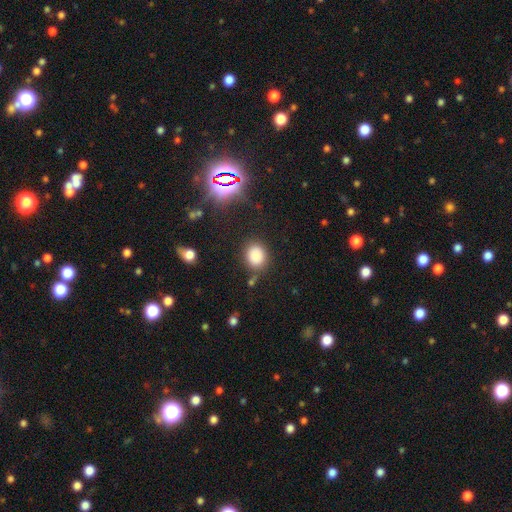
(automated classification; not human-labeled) Smooth or featured? Predicted: smooth (p=0.83). How rounded? Predicted: round (p=0.61). Merging? Predicted: none (p=0.77).